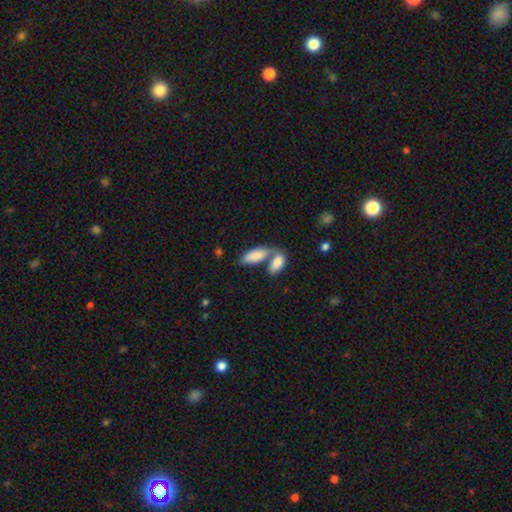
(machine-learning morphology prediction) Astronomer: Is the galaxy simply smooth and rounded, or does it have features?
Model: smooth — 83%.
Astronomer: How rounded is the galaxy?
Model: in between — 83%.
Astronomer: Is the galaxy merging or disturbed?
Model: merger — 55% (runner-up: none, 31%).